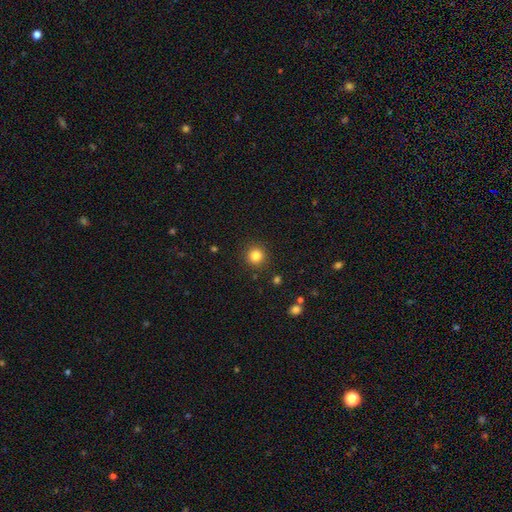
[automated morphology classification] Overall: smooth (83%). How rounded: round (95%). Merging: none (91%).